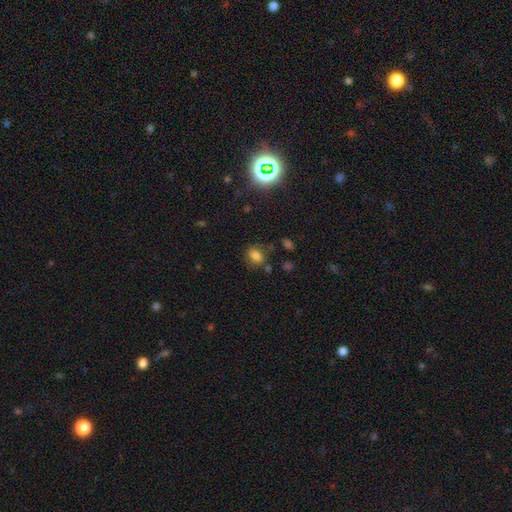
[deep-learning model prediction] Morphology: type=smooth (78%); roundness=in between (60%); merging=none (74%).